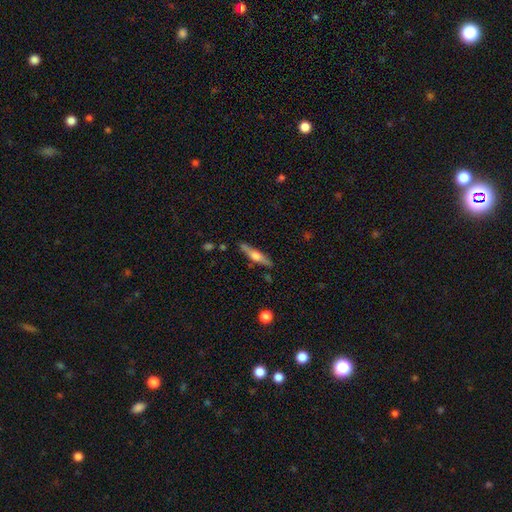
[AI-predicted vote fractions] Q: Smooth or featured?
A: featured or disk (54%); runner-up: smooth (40%)
Q: Edge-on disk?
A: yes (94%); runner-up: no (6%)
Q: Edge-on bulge?
A: rounded (84%); runner-up: boxy (11%)
Q: Merging?
A: none (83%); runner-up: minor disturbance (12%)